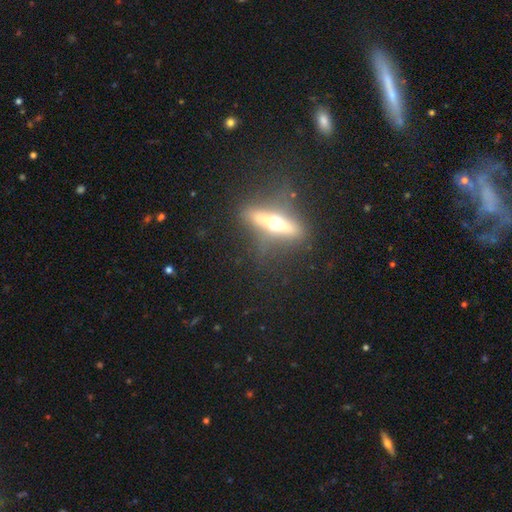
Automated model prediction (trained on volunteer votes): Q: Smooth or featured?
A: featured or disk (71%); runner-up: smooth (19%)
Q: Edge-on disk?
A: yes (91%); runner-up: no (9%)
Q: Edge-on bulge?
A: rounded (93%); runner-up: none (4%)
Q: Merging?
A: none (77%); runner-up: minor disturbance (13%)